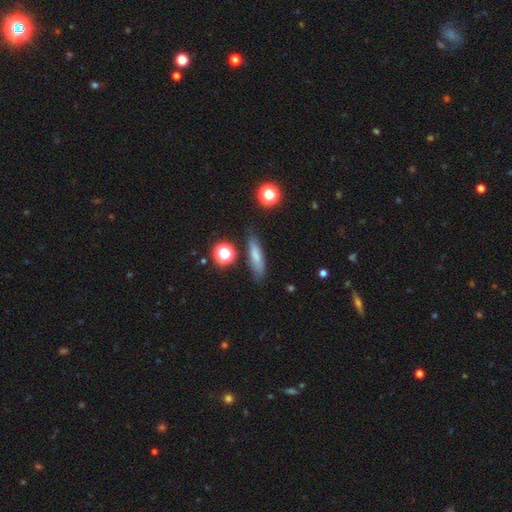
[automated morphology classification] This appears to be a smooth galaxy with no disk features (73%) that is cigar-shaped (62%). Merging: none (78%).